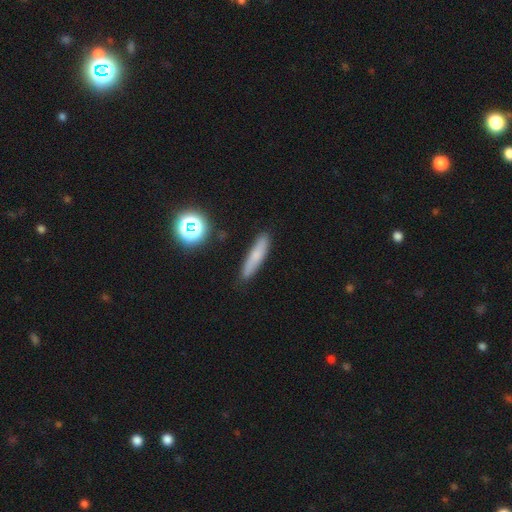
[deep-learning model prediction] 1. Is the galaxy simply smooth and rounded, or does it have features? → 69% smooth, 19% featured or disk, 11% star or artifact.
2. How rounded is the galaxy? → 84% cigar-shaped, 13% in between, 3% round.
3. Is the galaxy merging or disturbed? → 85% none, 11% minor disturbance, 2% major disturbance, 2% merger.